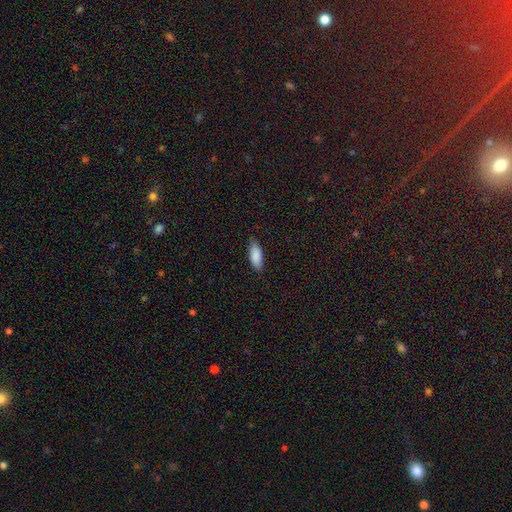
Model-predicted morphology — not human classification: Q: Smooth or featured?
A: smooth (88%); runner-up: featured or disk (6%)
Q: How rounded?
A: in between (79%); runner-up: cigar-shaped (19%)
Q: Merging?
A: none (81%); runner-up: minor disturbance (15%)